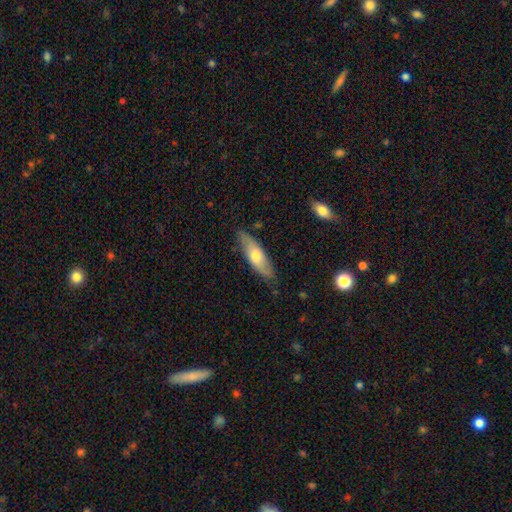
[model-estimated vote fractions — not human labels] The model was most divided on "how rounded": in between: 52%, cigar-shaped: 46%, round: 2%. More confident: merging — none (78%); smooth or featured — smooth (57%).